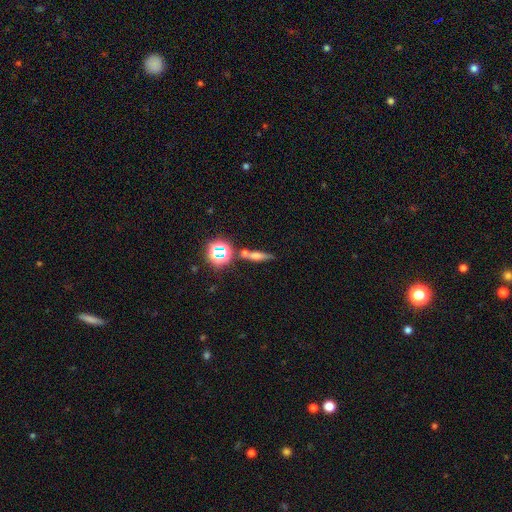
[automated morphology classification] Overall: smooth (46%; featured or disk 30%). Merging: none (65%).